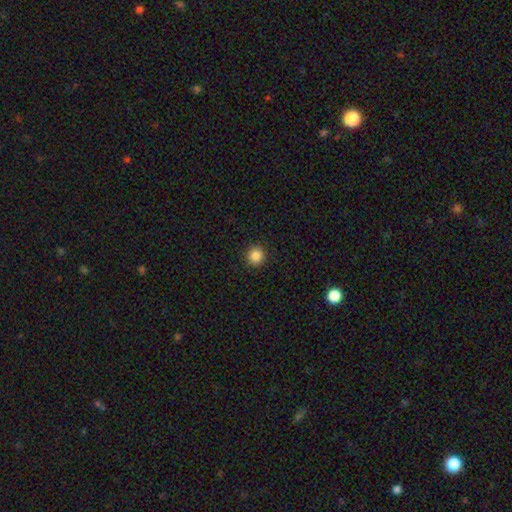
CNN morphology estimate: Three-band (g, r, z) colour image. It shows a smooth galaxy with no disk features (85%) that is round (93%). Merging: none (93%).